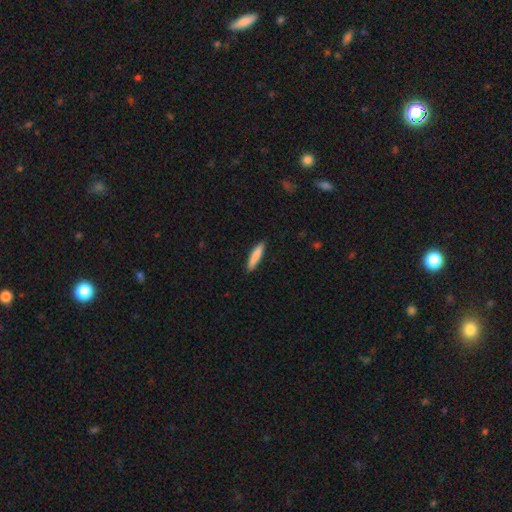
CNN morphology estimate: smooth-or-featured: smooth: 84% | featured or disk: 10% | star or artifact: 5%
  how-rounded: cigar-shaped: 87% | in between: 11% | round: 1%
  merging: none: 90% | minor disturbance: 7% | major disturbance: 2% | merger: 1%